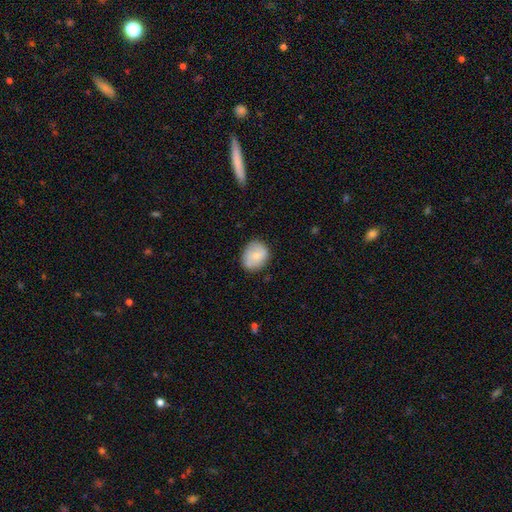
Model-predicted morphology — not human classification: Smooth or featured? smooth (75%)
How rounded? round (60%)
Merging? none (77%)